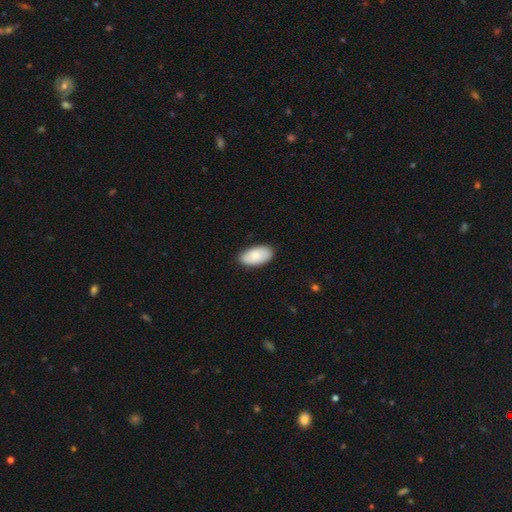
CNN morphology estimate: smooth_or_featured: smooth (p=0.82) [alt: featured or disk p=0.12]
how_rounded: in between (p=0.95) [alt: round p=0.02]
merging: none (p=0.85) [alt: minor disturbance p=0.12]